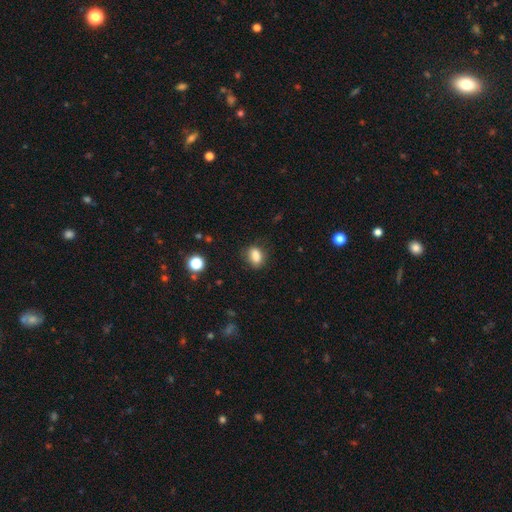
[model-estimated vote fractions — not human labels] A smooth galaxy with no disk features (85%) that is in between round and cigar-shaped (77%). Merging: none (78%).